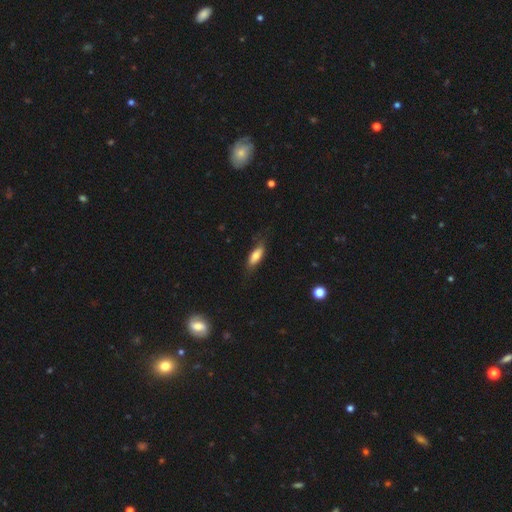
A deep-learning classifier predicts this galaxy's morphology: This is likely a smooth galaxy (72%). How rounded: likely in between (65%). Merging: likely none (70%).